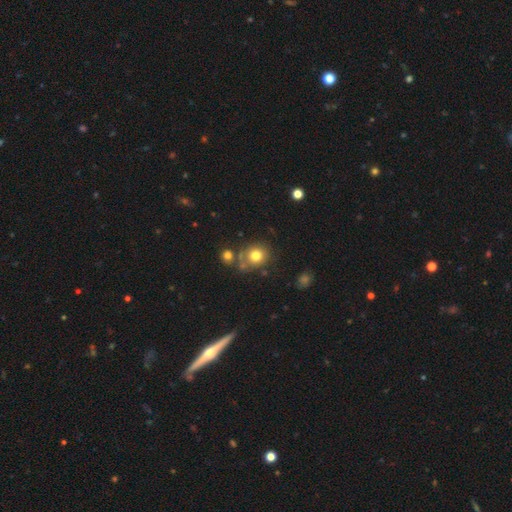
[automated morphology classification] Smooth or featured?
  - smooth: 76% *
  - featured or disk: 12%
  - star or artifact: 12%
How rounded?
  - round: 75% *
  - in between: 25%
  - cigar-shaped: 1%
Merging?
  - none: 61% *
  - merger: 17%
  - minor disturbance: 15%
  - major disturbance: 6%